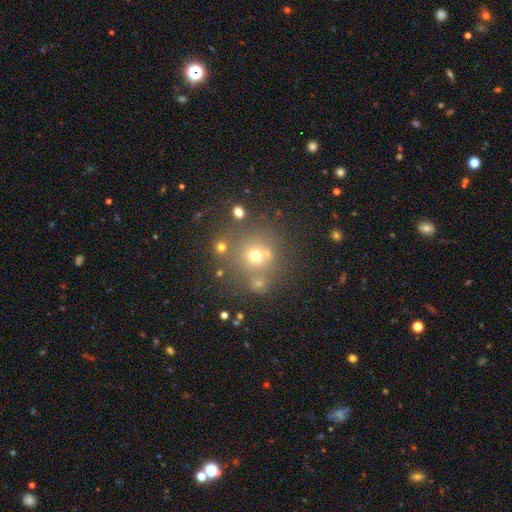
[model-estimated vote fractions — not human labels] Smooth or featured: smooth — 64% (star or artifact — 23%)
How rounded: round — 89% (in between — 10%)
Merging: none — 66% (merger — 17%)